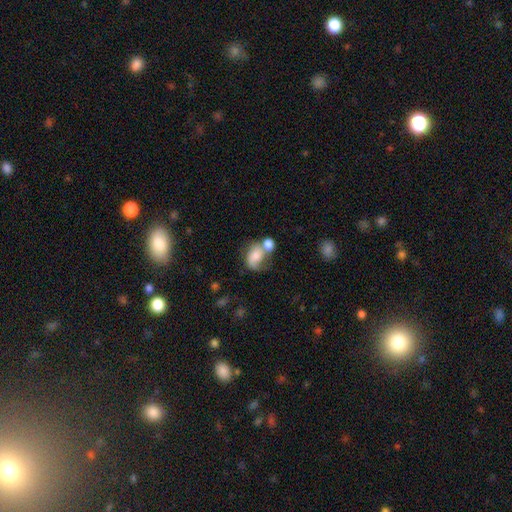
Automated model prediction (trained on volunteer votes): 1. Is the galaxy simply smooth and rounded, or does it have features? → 57% smooth, 33% featured or disk, 9% star or artifact.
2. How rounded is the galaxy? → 68% in between, 30% round, 2% cigar-shaped.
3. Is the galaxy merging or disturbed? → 45% merger, 27% none, 16% minor disturbance, 12% major disturbance.